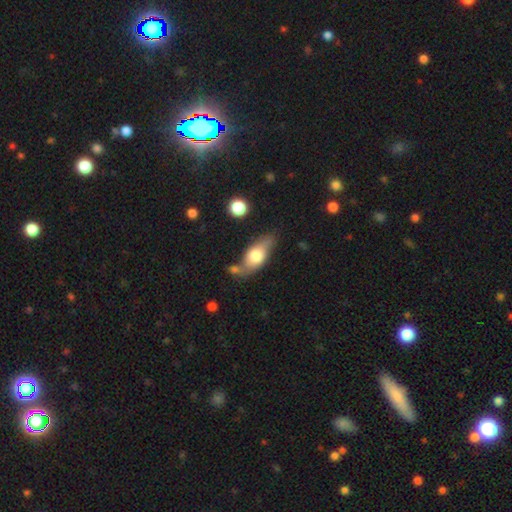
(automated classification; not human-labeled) A smooth galaxy with no disk features (63%) that is in between round and cigar-shaped (81%).

Vote fractions:
- Smooth or featured? smooth: 63% / featured or disk: 31% / star or artifact: 7%
- How rounded? in between: 81% / cigar-shaped: 14% / round: 5%
- Merging? none: 56% / minor disturbance: 23% / merger: 14% / major disturbance: 7%